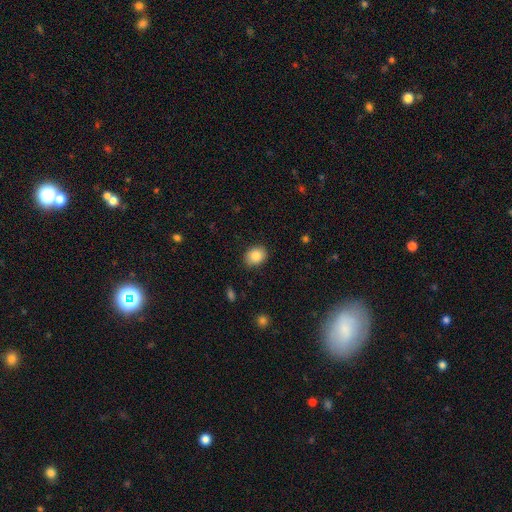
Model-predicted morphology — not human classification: type=smooth (86%); roundness=in between (54%); merging=none (87%).